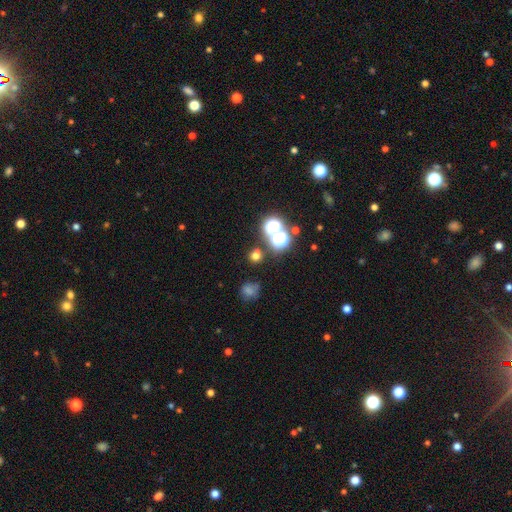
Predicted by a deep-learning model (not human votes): Smooth or featured?
  - smooth: 58% *
  - star or artifact: 34%
  - featured or disk: 7%
How rounded?
  - round: 85% *
  - in between: 14%
  - cigar-shaped: 1%
Merging?
  - none: 78% *
  - merger: 9%
  - minor disturbance: 9%
  - major disturbance: 4%